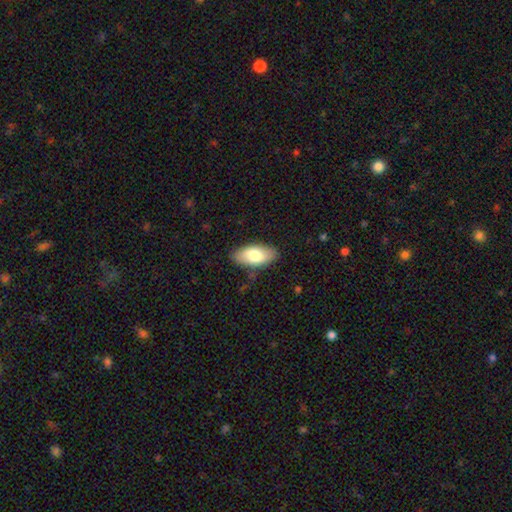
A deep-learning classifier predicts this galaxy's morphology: Smooth or featured?
  - smooth: 77% *
  - featured or disk: 17%
  - star or artifact: 6%
How rounded?
  - in between: 91% *
  - cigar-shaped: 7%
  - round: 2%
Merging?
  - none: 86% *
  - minor disturbance: 11%
  - major disturbance: 2%
  - merger: 1%